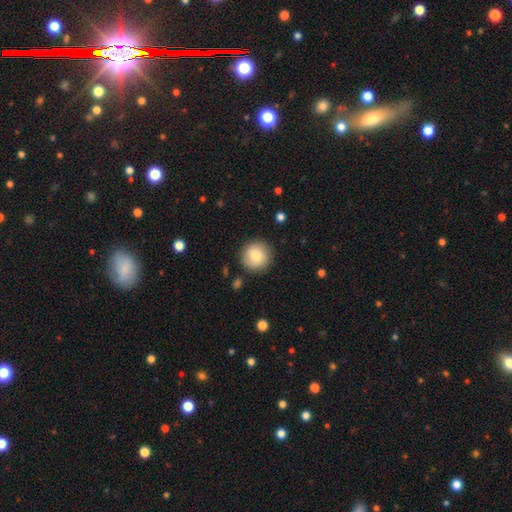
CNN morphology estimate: Smooth or featured? smooth (81%)
How rounded? round (94%)
Merging? none (89%)